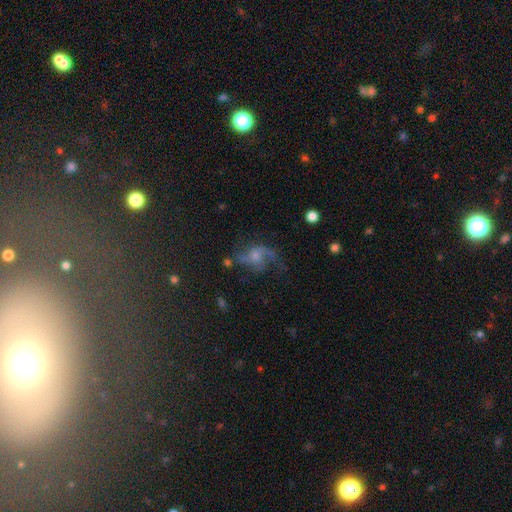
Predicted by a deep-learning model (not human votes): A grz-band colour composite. It shows a featured or disk galaxy (70%) with no bar (67%), 2 (61%) loose (63%) spiral arms (89%) and a small central bulge (46%). Merging: none (46%).